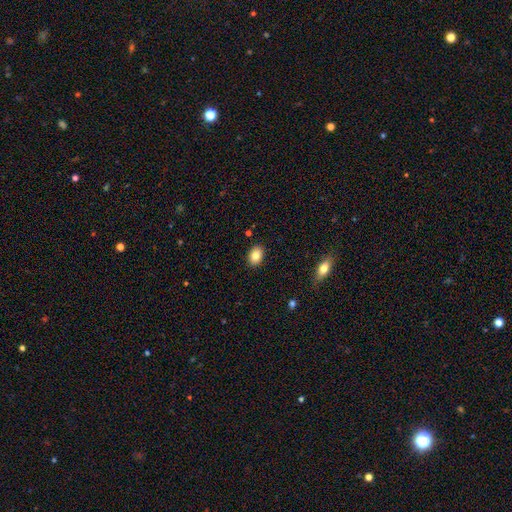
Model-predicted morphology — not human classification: Q: Smooth or featured?
A: smooth (83%); runner-up: featured or disk (8%)
Q: How rounded?
A: in between (79%); runner-up: round (19%)
Q: Merging?
A: none (89%); runner-up: minor disturbance (8%)